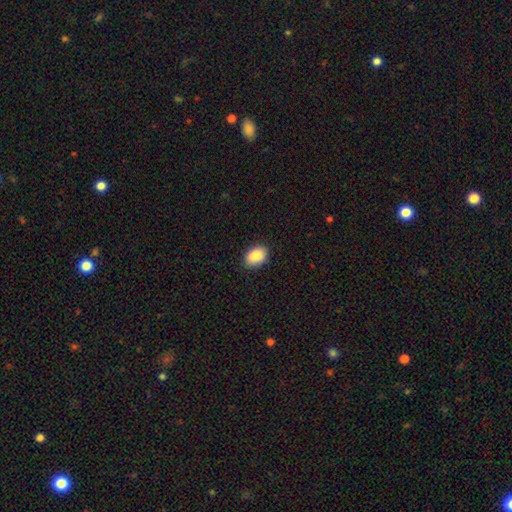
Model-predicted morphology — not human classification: smooth-or-featured: smooth: 89% | star or artifact: 7% | featured or disk: 4%
  how-rounded: in between: 83% | round: 16% | cigar-shaped: 1%
  merging: none: 88% | minor disturbance: 9% | major disturbance: 2% | merger: 1%